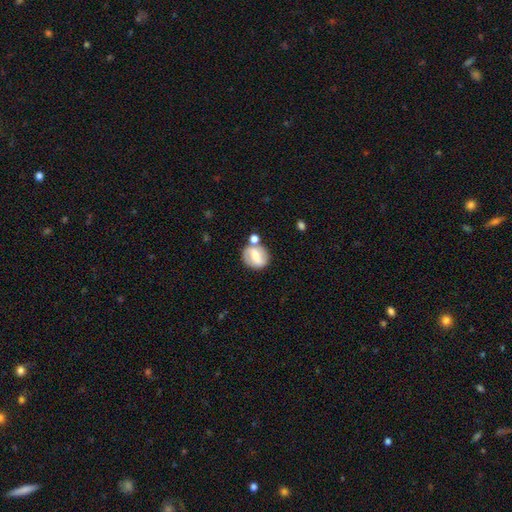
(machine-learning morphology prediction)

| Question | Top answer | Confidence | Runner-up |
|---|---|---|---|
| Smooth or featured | smooth | 48% | featured or disk (44%) |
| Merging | none | 59% | merger (18%) |